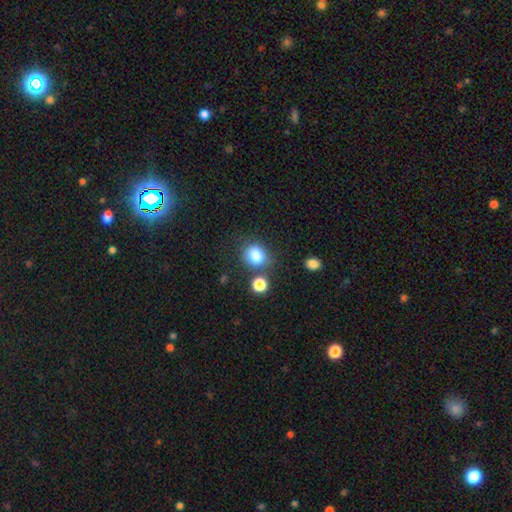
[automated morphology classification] Smooth or featured: smooth — 83% (star or artifact — 11%)
How rounded: round — 69% (in between — 30%)
Merging: none — 67% (minor disturbance — 16%)